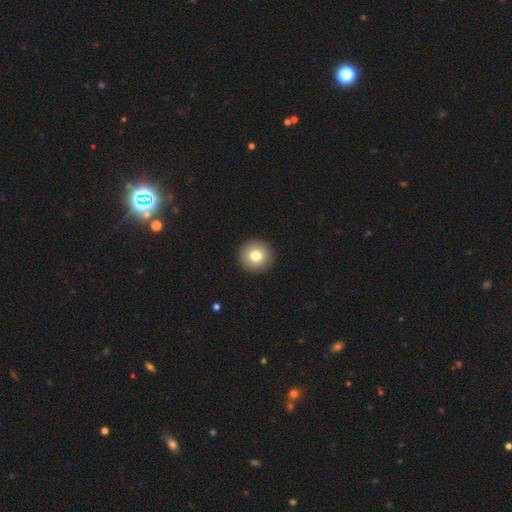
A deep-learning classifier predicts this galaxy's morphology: A smooth galaxy with no disk features (79%) that is round (95%).

Vote fractions:
- Smooth or featured? smooth: 79% / featured or disk: 11% / star or artifact: 9%
- How rounded? round: 95% / in between: 4% / cigar-shaped: 1%
- Merging? none: 93% / minor disturbance: 4% / major disturbance: 2% / merger: 1%